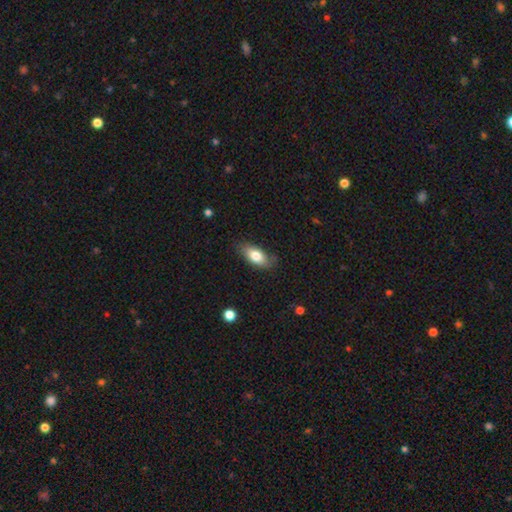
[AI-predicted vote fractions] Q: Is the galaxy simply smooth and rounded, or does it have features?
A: smooth — 77%.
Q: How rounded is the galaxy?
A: in between — 87%.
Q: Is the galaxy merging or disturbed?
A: none — 73%.